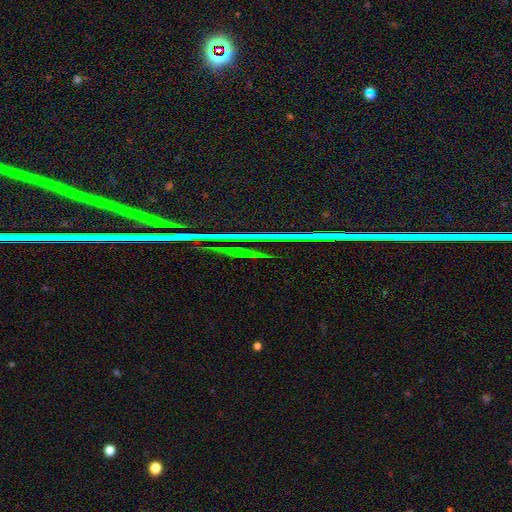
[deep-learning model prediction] smooth_or_featured: star or artifact (p=0.82) [alt: featured or disk p=0.11]